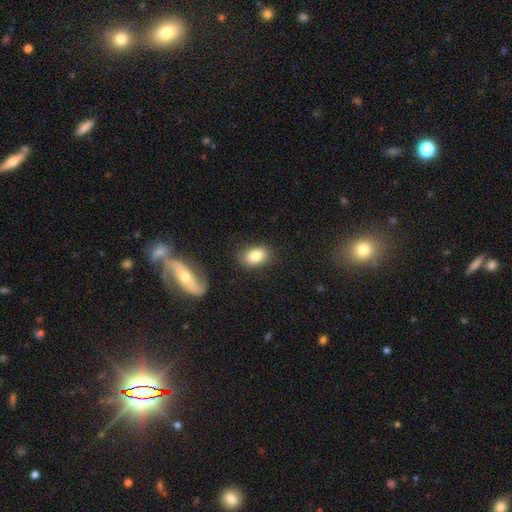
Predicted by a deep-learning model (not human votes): Overall: smooth (82%). How rounded: in between (82%). Merging: none (83%).